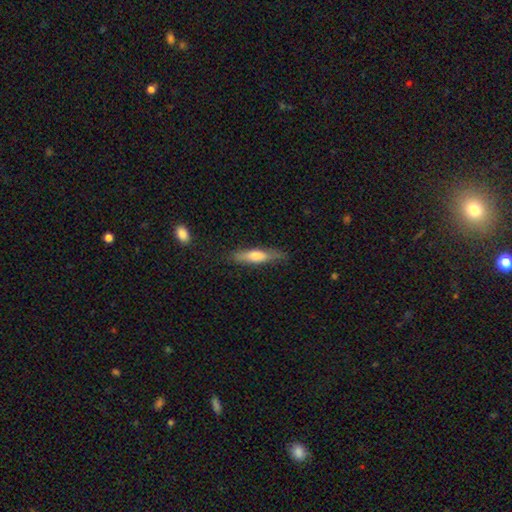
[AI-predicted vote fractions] A smooth galaxy with no disk features (60%) that is cigar-shaped (79%). Merging: none (78%).